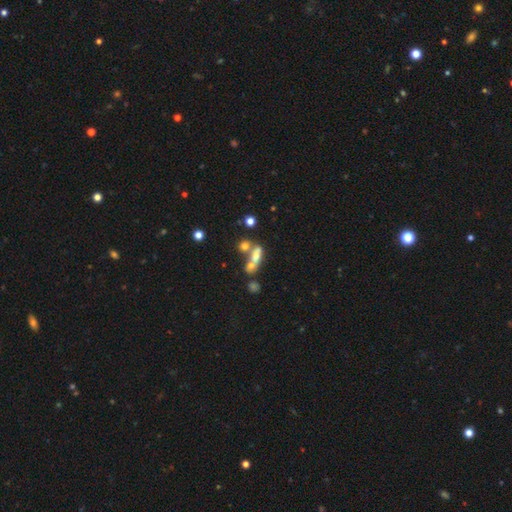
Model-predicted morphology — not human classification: smooth 56%, featured or disk 29%, star or artifact 15%. Down the decision tree: how rounded — in between (59%); merging — merger (50%).